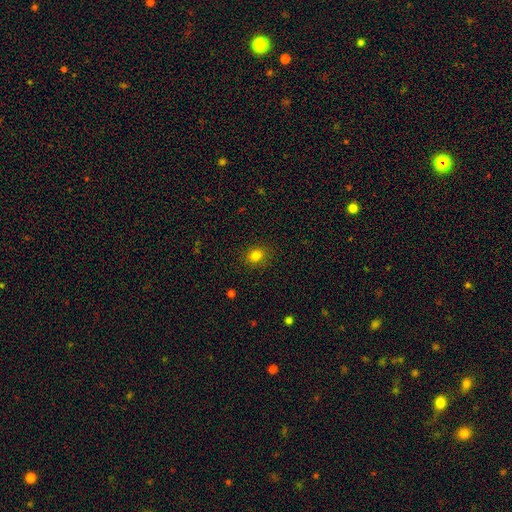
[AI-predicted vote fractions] Overall: smooth (82%). How rounded: round (52%; in between 47%). Merging: none (87%).